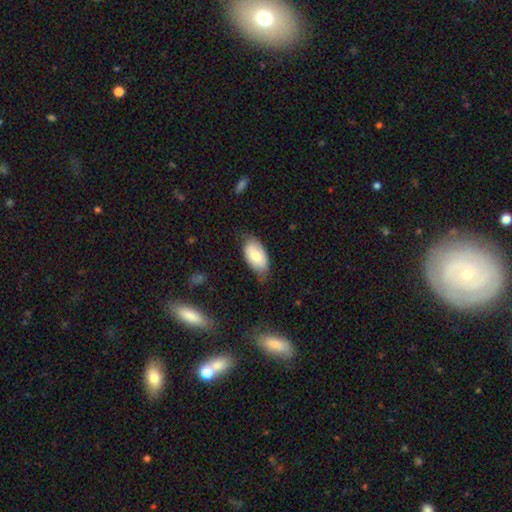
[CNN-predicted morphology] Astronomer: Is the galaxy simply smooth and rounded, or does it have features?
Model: smooth — 75%.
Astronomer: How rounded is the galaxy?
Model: in between — 95%.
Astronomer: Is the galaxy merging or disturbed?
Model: none — 67%.